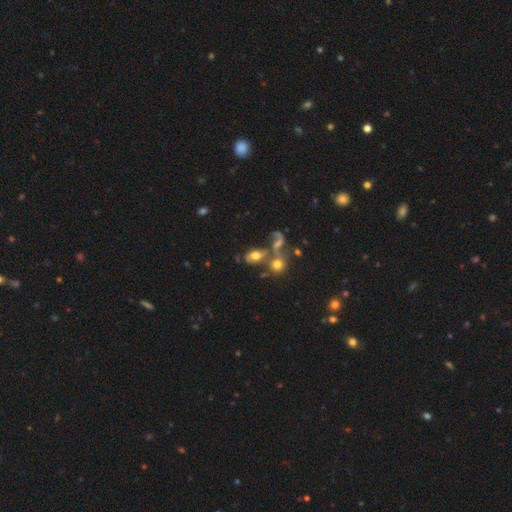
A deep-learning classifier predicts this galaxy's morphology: Smooth or featured: smooth — 56% (featured or disk — 30%)
How rounded: in between — 79% (round — 19%)
Merging: merger — 40% (none — 35%)